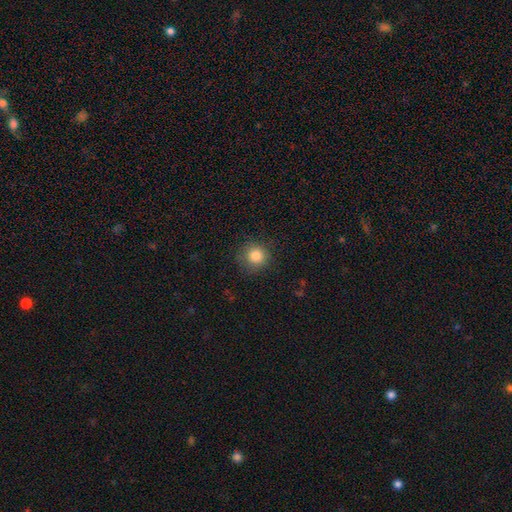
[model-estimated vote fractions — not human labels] This appears to be a smooth galaxy with no disk features (85%) that is round (92%). Merging: none (84%).